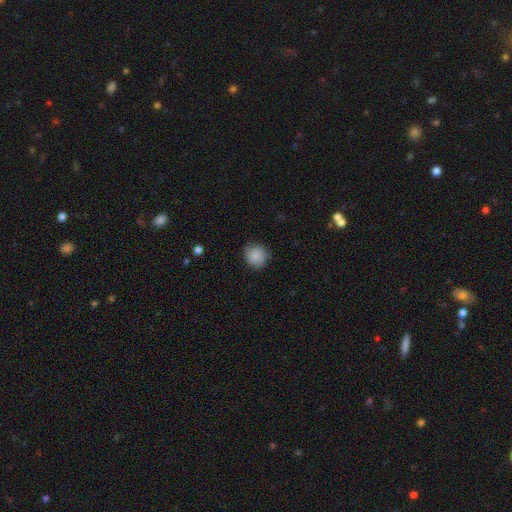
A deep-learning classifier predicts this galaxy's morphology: type=smooth (83%); roundness=round (85%); merging=none (78%).